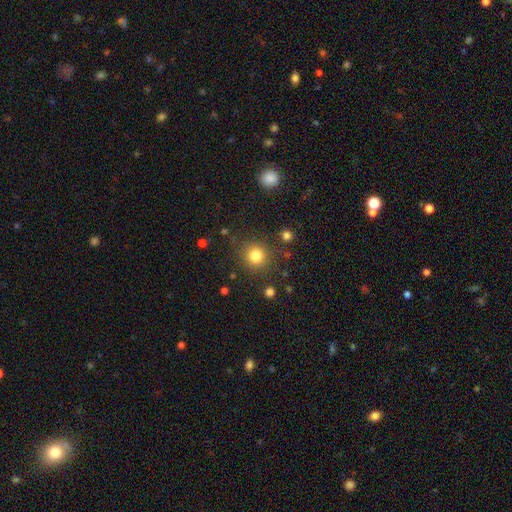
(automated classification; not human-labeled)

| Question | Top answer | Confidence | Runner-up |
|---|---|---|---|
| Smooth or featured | smooth | 82% | star or artifact (13%) |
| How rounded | round | 92% | in between (8%) |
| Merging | none | 85% | minor disturbance (8%) |